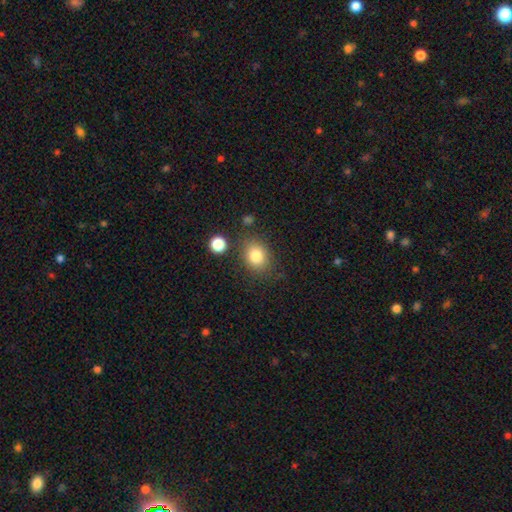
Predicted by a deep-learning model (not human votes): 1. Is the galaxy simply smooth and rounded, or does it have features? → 83% smooth, 10% star or artifact, 8% featured or disk.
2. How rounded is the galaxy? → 50% in between, 49% round, 1% cigar-shaped.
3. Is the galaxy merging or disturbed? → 77% none, 13% minor disturbance, 5% merger, 5% major disturbance.